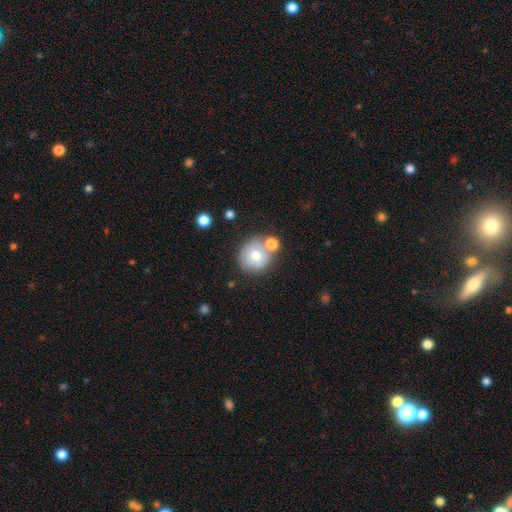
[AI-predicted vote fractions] smooth 71%, featured or disk 19%, star or artifact 10%. Down the decision tree: how rounded — round (91%); merging — none (62%).